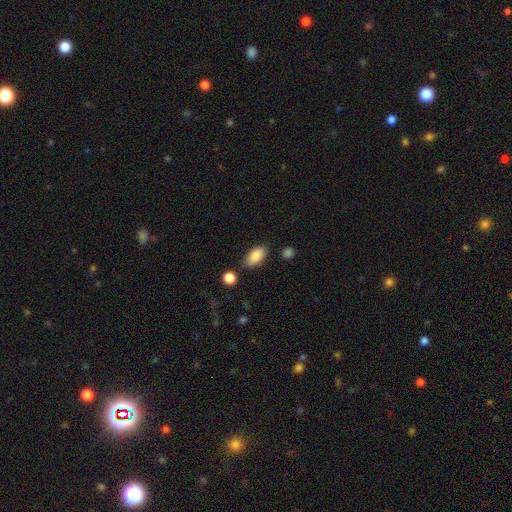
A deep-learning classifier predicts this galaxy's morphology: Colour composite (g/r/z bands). It shows a smooth galaxy with no disk features (87%) that is in between round and cigar-shaped (91%). Merging: none (77%).